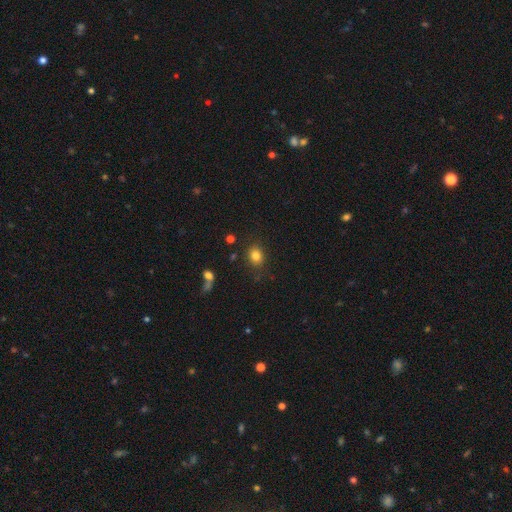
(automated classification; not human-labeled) A smooth galaxy with no disk features (82%) that is round (60%). Merging: none (83%).